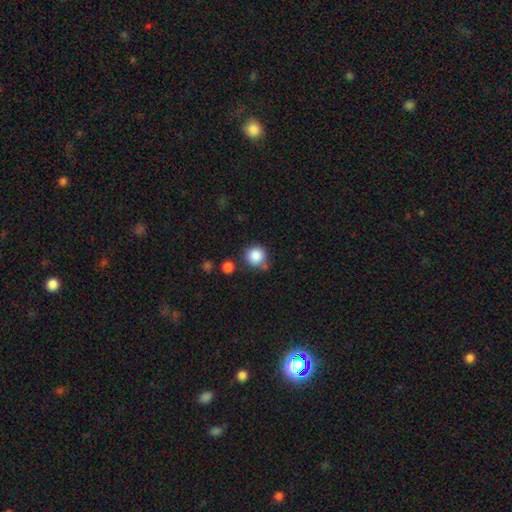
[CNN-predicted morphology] Q: Smooth or featured?
A: smooth (86%); runner-up: star or artifact (9%)
Q: How rounded?
A: round (93%); runner-up: in between (6%)
Q: Merging?
A: none (76%); runner-up: minor disturbance (12%)